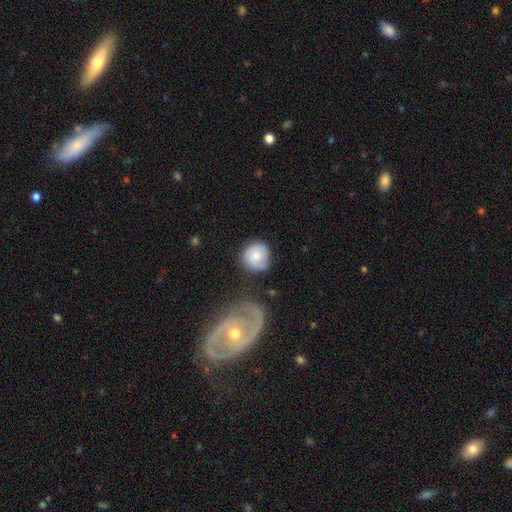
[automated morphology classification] smooth_or_featured: smooth (p=0.62) [alt: featured or disk p=0.31]
how_rounded: round (p=0.84) [alt: in between p=0.15]
merging: none (p=0.59) [alt: minor disturbance p=0.25]